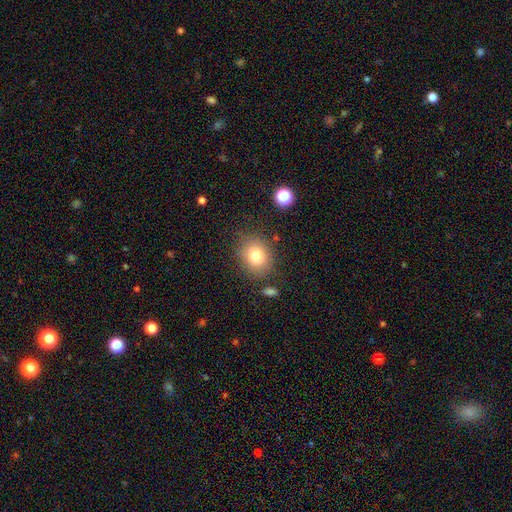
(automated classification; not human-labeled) smooth 79%, star or artifact 11%, featured or disk 10%. Down the decision tree: how rounded — round (66%); merging — none (80%).